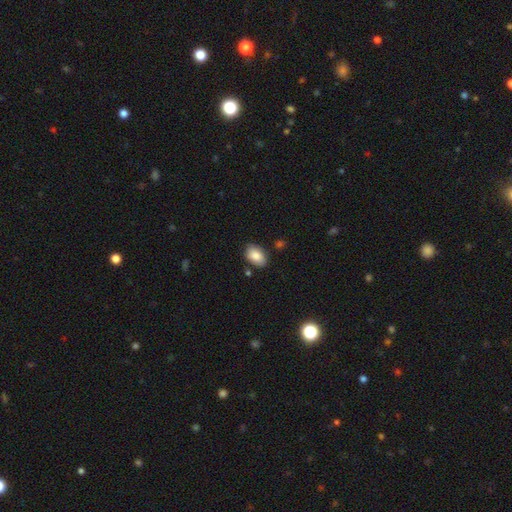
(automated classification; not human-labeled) Overall: smooth (86%). How rounded: in between (89%). Merging: none (81%).